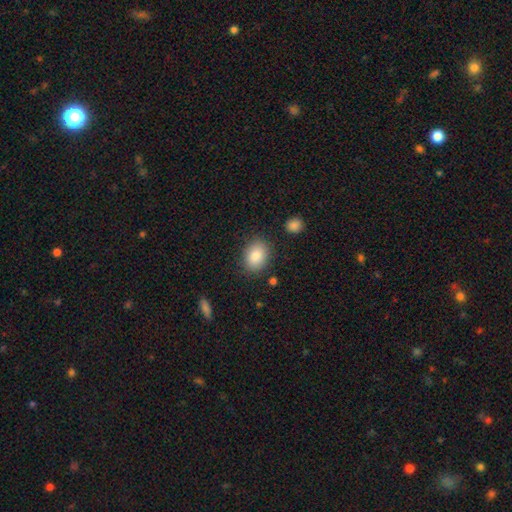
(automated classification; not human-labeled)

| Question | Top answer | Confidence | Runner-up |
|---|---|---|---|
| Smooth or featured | smooth | 86% | star or artifact (8%) |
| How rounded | in between | 66% | round (33%) |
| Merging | none | 84% | minor disturbance (11%) |